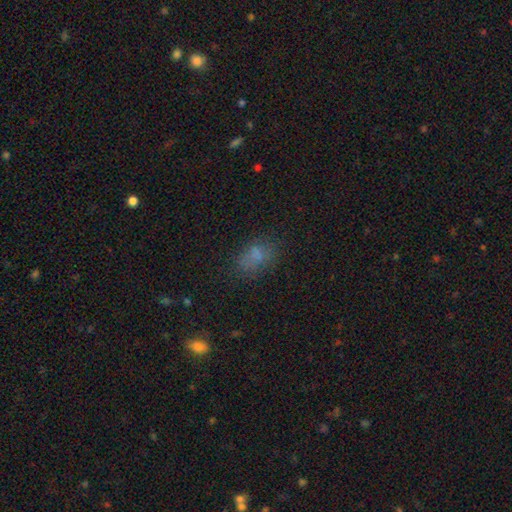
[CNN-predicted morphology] A smooth galaxy with no disk features (69%) that is in between round and cigar-shaped (81%). Merging: none (60%).